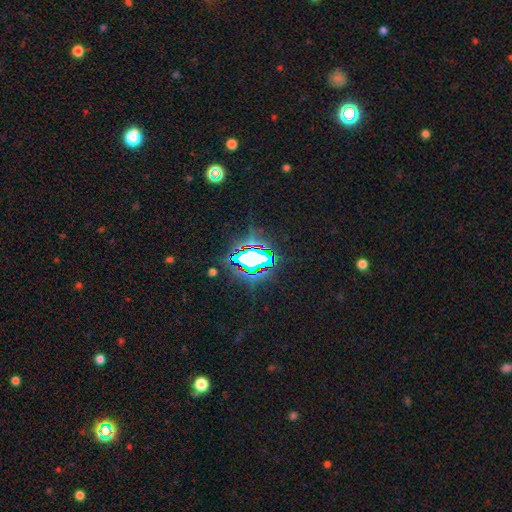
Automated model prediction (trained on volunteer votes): A star or artifact, not a galaxy (66%).

Vote fractions:
- Smooth or featured? star or artifact: 66% / smooth: 20% / featured or disk: 14%